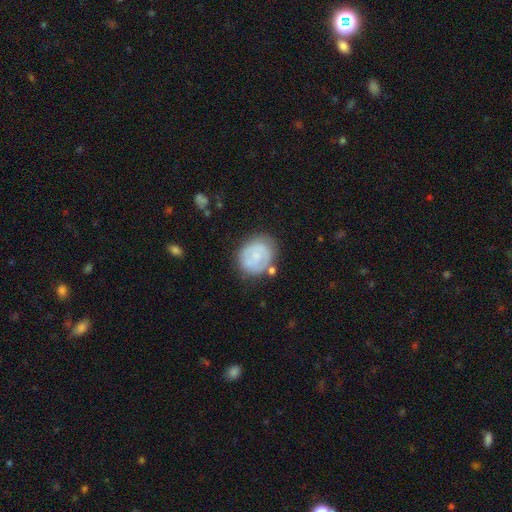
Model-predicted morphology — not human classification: smooth-or-featured: smooth: 52% | featured or disk: 41% | star or artifact: 8%
  how-rounded: round: 63% | in between: 36% | cigar-shaped: 1%
  merging: none: 65% | minor disturbance: 21% | major disturbance: 8% | merger: 6%